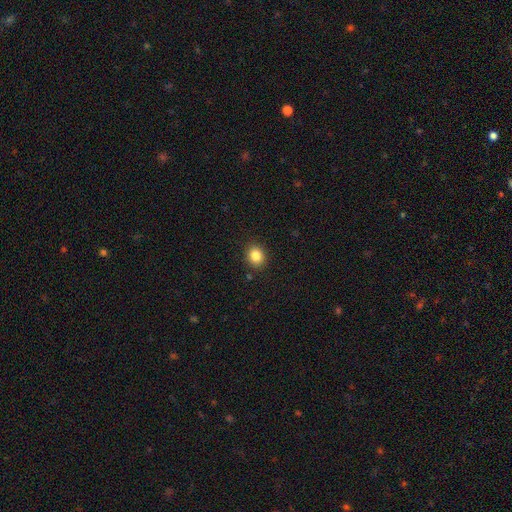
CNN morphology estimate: Smooth or featured?
  - smooth: 85% *
  - star or artifact: 10%
  - featured or disk: 5%
How rounded?
  - round: 71% *
  - in between: 28%
  - cigar-shaped: 1%
Merging?
  - none: 90% *
  - minor disturbance: 7%
  - major disturbance: 2%
  - merger: 1%